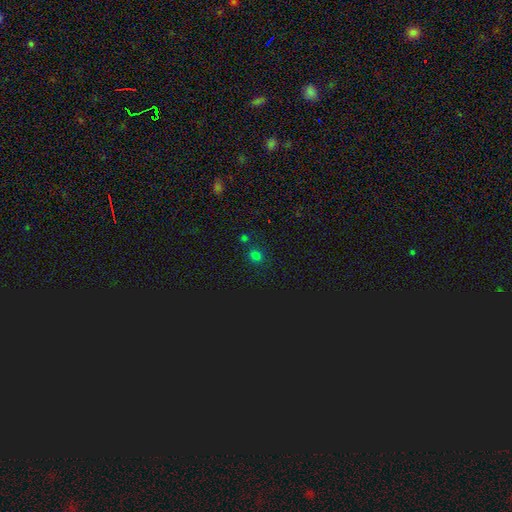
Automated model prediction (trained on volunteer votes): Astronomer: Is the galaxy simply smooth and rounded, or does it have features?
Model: smooth — 62%.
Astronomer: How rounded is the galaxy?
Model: round — 77%.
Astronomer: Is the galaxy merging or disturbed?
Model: none — 71%.